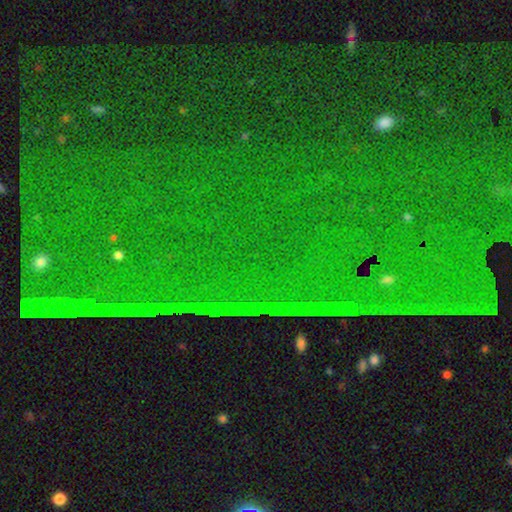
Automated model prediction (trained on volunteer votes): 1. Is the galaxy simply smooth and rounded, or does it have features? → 85% star or artifact, 8% smooth, 8% featured or disk.